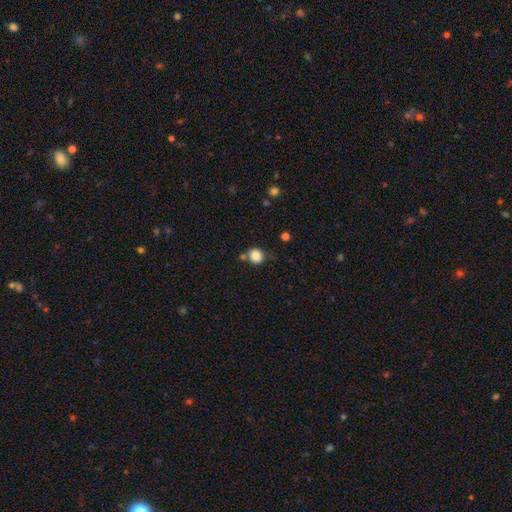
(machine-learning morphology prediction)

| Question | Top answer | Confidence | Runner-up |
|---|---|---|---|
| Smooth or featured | smooth | 86% | star or artifact (10%) |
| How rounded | round | 83% | in between (16%) |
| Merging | none | 67% | minor disturbance (14%) |